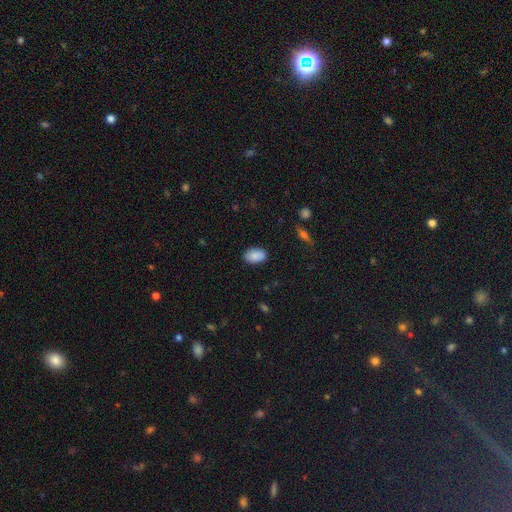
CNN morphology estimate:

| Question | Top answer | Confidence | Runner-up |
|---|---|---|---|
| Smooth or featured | smooth | 88% | star or artifact (7%) |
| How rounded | in between | 91% | round (7%) |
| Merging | none | 85% | minor disturbance (11%) |